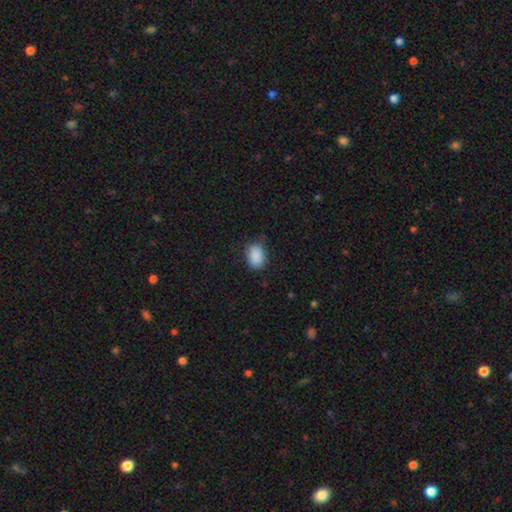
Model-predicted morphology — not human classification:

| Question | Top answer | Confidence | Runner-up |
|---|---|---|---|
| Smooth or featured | smooth | 89% | star or artifact (8%) |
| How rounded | in between | 80% | round (19%) |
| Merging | none | 77% | minor disturbance (18%) |